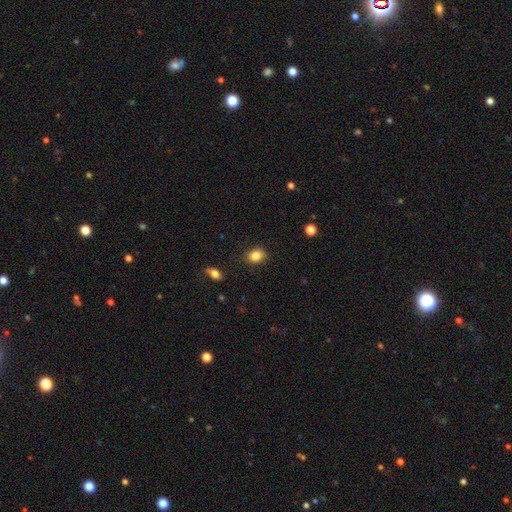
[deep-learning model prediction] This appears to be a smooth galaxy with no disk features (83%) that is round (50%). Merging: none (84%).